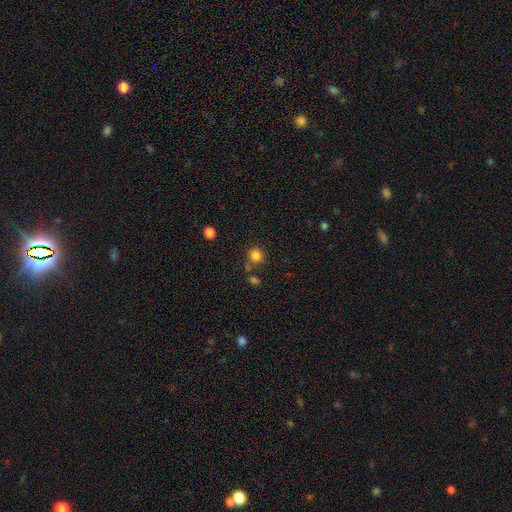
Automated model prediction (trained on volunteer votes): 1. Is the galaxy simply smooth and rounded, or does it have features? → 83% smooth, 12% star or artifact, 5% featured or disk.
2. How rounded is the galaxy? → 83% round, 16% in between, 1% cigar-shaped.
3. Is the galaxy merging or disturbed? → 72% none, 12% merger, 12% minor disturbance, 5% major disturbance.